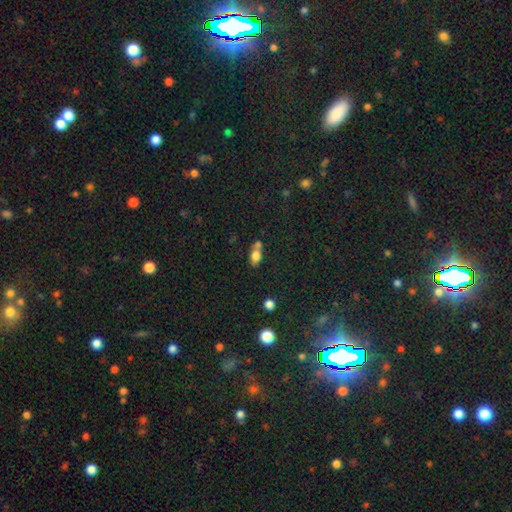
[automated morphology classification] smooth 75%, featured or disk 14%, star or artifact 11%. Down the decision tree: how rounded — in between (77%); merging — none (42%).